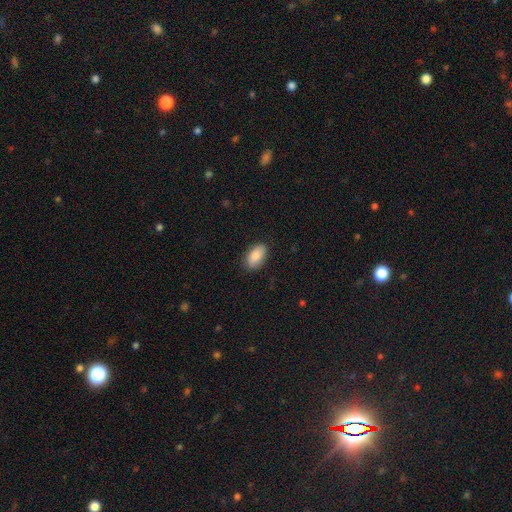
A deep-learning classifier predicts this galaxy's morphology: Smooth or featured?
  - smooth: 87% *
  - featured or disk: 7%
  - star or artifact: 6%
How rounded?
  - in between: 94% *
  - round: 4%
  - cigar-shaped: 2%
Merging?
  - none: 85% *
  - minor disturbance: 11%
  - major disturbance: 2%
  - merger: 1%